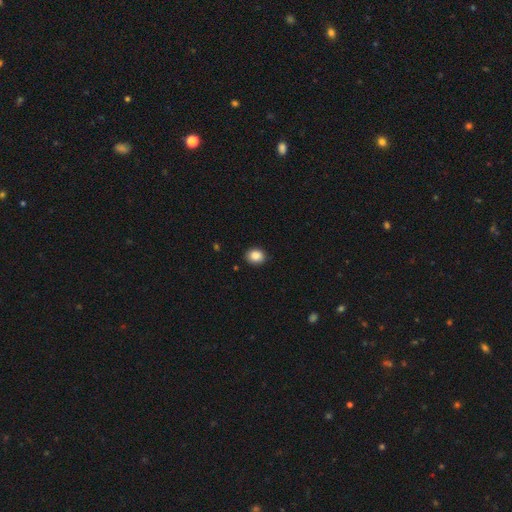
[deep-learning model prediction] Smooth or featured: smooth — 88% (star or artifact — 9%)
How rounded: round — 61% (in between — 38%)
Merging: none — 88% (minor disturbance — 9%)